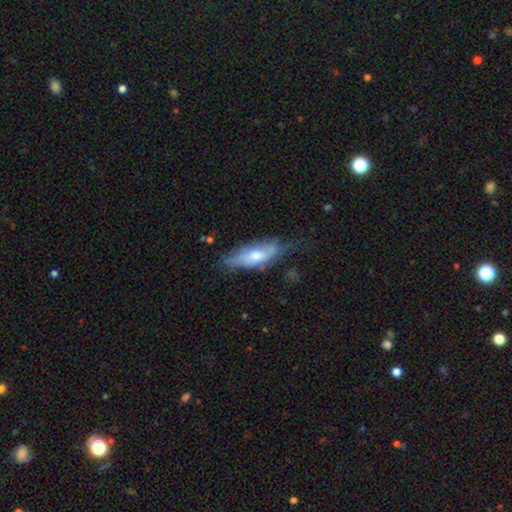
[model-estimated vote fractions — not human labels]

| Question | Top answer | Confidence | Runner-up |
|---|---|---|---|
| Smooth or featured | smooth | 53% | featured or disk (40%) |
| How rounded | in between | 57% | cigar-shaped (41%) |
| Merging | none | 51% | minor disturbance (33%) |